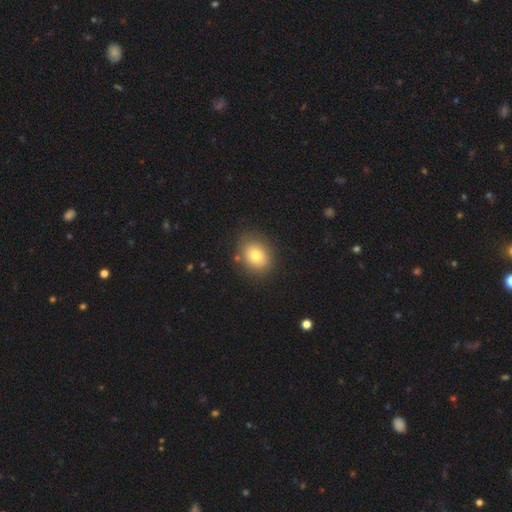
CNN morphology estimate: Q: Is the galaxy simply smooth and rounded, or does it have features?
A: smooth — 76%.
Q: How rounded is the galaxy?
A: round — 55%.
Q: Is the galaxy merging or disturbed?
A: none — 83%.